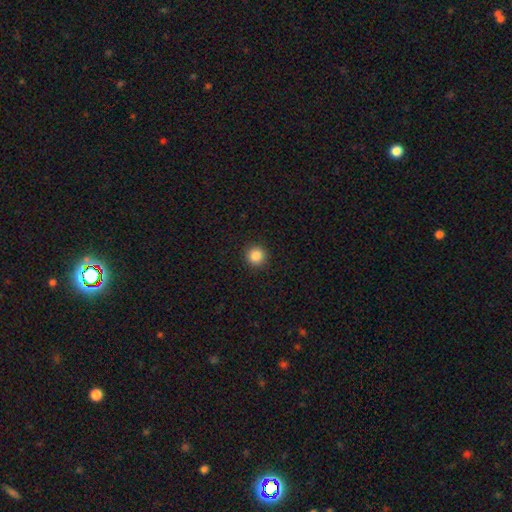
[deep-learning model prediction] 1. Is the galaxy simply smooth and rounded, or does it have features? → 87% smooth, 10% star or artifact, 3% featured or disk.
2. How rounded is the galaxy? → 95% round, 4% in between, 1% cigar-shaped.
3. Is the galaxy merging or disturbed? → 93% none, 5% minor disturbance, 2% major disturbance, 1% merger.